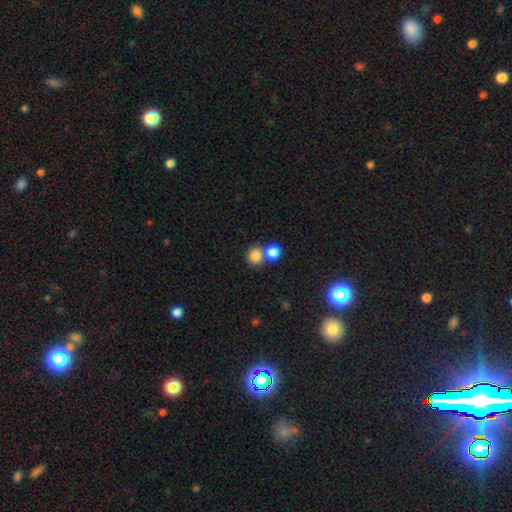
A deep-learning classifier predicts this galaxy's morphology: smooth-or-featured: smooth: 82% | star or artifact: 11% | featured or disk: 6%
  how-rounded: round: 84% | in between: 15% | cigar-shaped: 1%
  merging: none: 53% | merger: 38% | minor disturbance: 7% | major disturbance: 3%